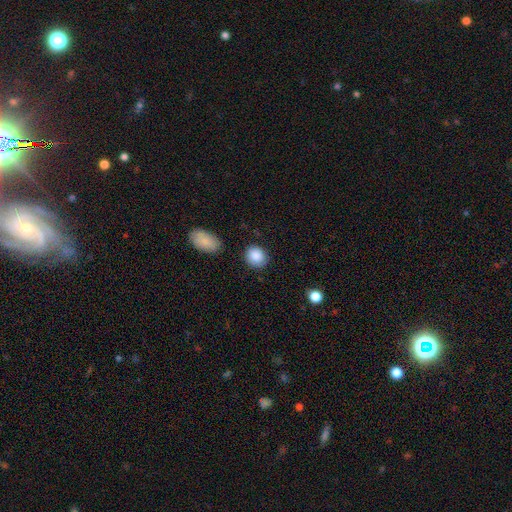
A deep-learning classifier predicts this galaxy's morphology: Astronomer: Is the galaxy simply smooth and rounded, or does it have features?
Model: smooth — 87%.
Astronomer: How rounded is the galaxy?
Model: round — 76%.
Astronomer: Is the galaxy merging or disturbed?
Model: none — 80%.